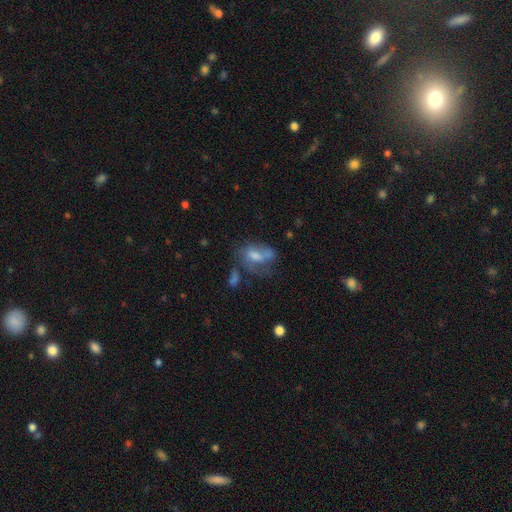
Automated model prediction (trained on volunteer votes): Morphology: type=smooth (49%); merging=none (31%).